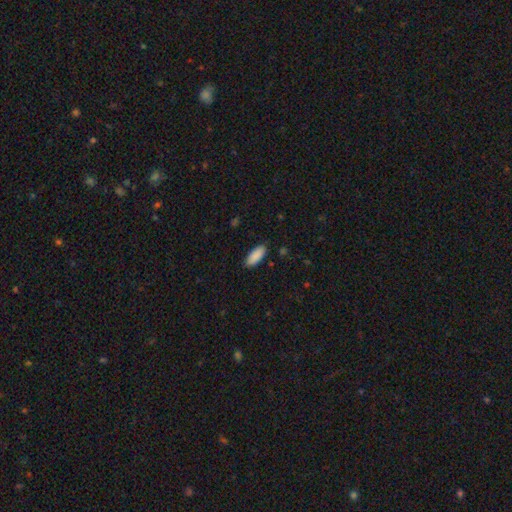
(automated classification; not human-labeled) The model was most divided on "how rounded": in between: 82%, cigar-shaped: 17%, round: 2%. More confident: smooth or featured — smooth (90%); merging — none (88%).